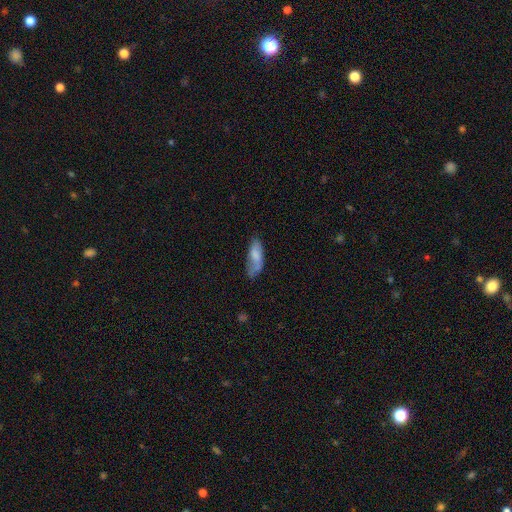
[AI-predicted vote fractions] Morphology: type=smooth (71%); roundness=in between (74%); merging=none (49%).